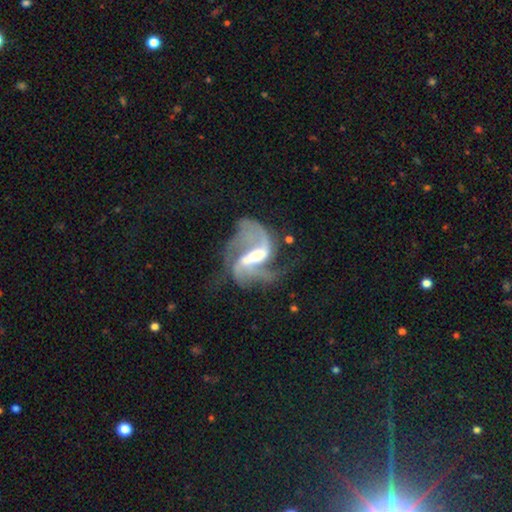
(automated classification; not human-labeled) The model was most divided on "bar": strong: 43%, weak: 42%, no: 15%. Remaining: edge-on disk — no (97%); spiral arms — yes (95%); smooth or featured — featured or disk (88%); spiral arm count — 2 (57%); bulge size — moderate (54%); spiral winding — loose (49%); merging — none (40%).